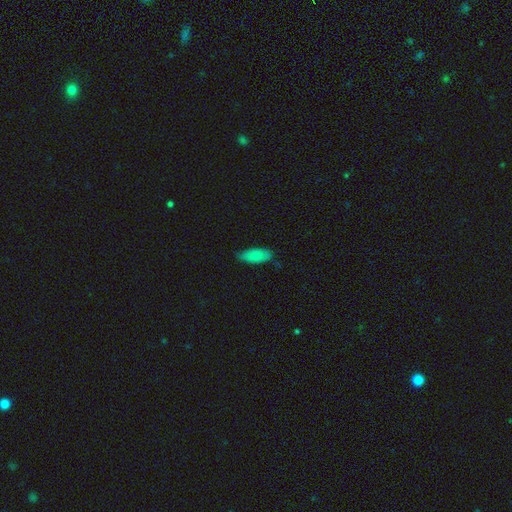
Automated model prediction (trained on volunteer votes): Morphology: type=smooth (84%); roundness=in between (80%); merging=none (69%).